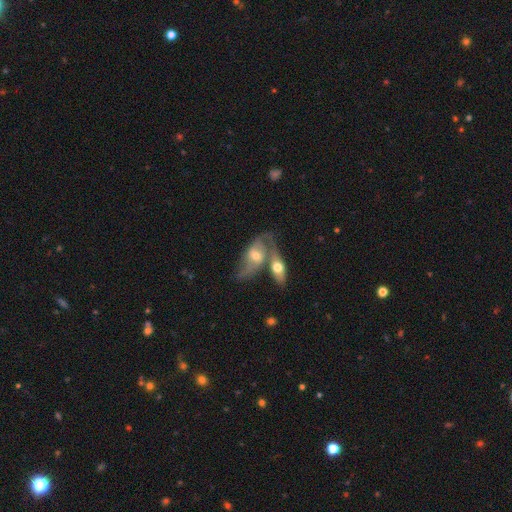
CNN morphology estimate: Smooth or featured? Predicted: featured or disk (p=0.68). Edge-on disk? Predicted: no (p=0.89). Bar? Predicted: no (p=0.65). Spiral arms? Predicted: yes (p=0.79). Bulge size? Predicted: moderate (p=0.60). Merging? Predicted: merger (p=0.58).